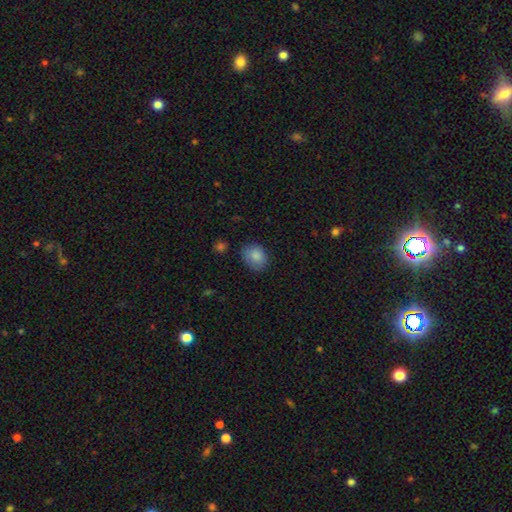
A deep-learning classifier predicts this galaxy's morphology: Q: Smooth or featured?
A: smooth (85%); runner-up: star or artifact (8%)
Q: How rounded?
A: round (55%); runner-up: in between (44%)
Q: Merging?
A: none (74%); runner-up: minor disturbance (20%)